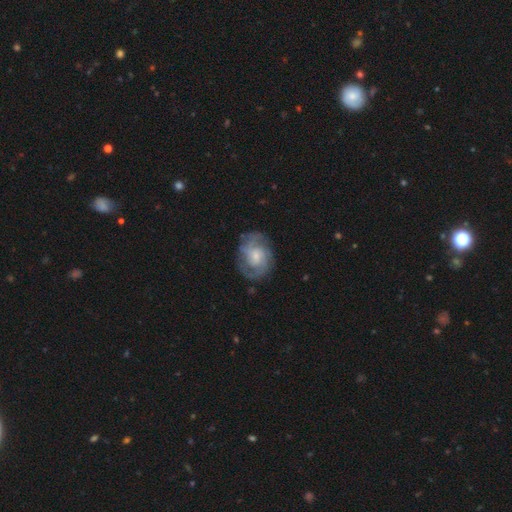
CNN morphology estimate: featured or disk 75%, smooth 19%, star or artifact 6%. Down the decision tree: edge-on disk — no (98%); bar — no (63%); spiral arms — yes (90%); spiral arm count — 2 (39%); spiral winding — tight (47%); bulge size — small (47%); merging — none (72%).